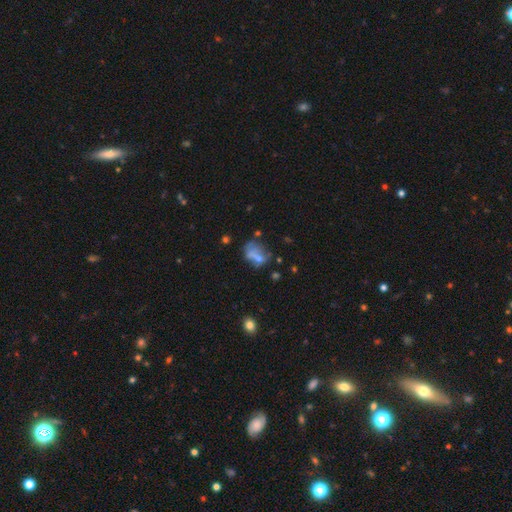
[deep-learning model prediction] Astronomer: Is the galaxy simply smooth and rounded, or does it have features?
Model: smooth — 55% (runner-up: featured or disk, 31%).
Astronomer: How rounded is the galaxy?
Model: in between — 71%.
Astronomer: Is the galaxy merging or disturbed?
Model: none — 30%, tied with major disturbance at 30%.